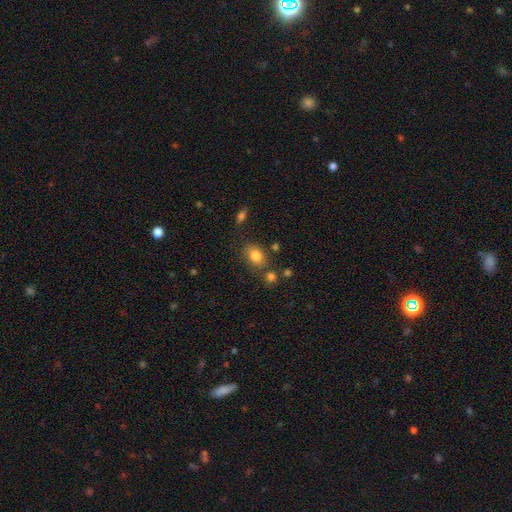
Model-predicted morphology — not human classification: Smooth or featured? smooth (82%)
How rounded? in between (69%)
Merging? none (73%)